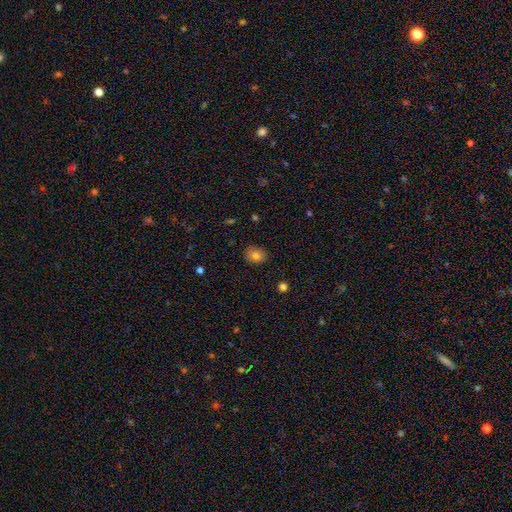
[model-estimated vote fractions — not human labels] Smooth or featured? Predicted: smooth (p=0.77). How rounded? Predicted: round (p=0.52). Merging? Predicted: none (p=0.83).